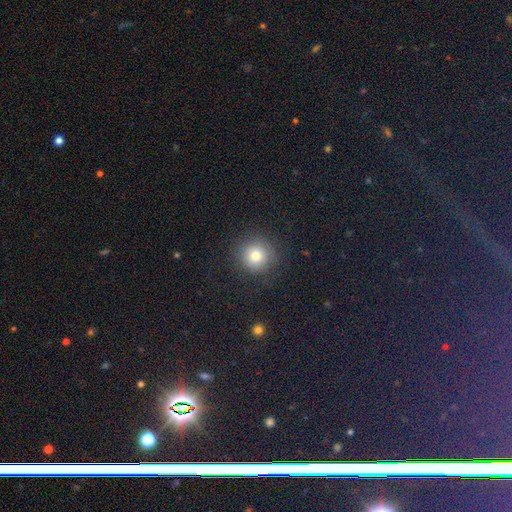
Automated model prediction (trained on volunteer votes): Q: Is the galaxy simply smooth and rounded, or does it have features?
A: smooth — 77%.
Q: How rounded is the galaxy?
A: round — 94%.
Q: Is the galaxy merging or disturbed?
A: none — 87%.